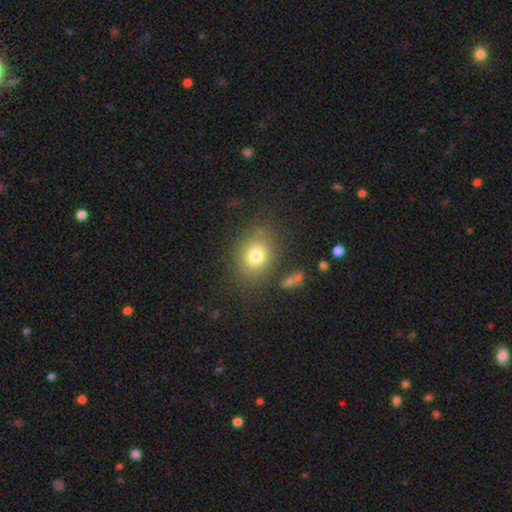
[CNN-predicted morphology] Q: Smooth or featured?
A: smooth (76%); runner-up: star or artifact (13%)
Q: How rounded?
A: round (54%); runner-up: in between (45%)
Q: Merging?
A: none (78%); runner-up: minor disturbance (13%)